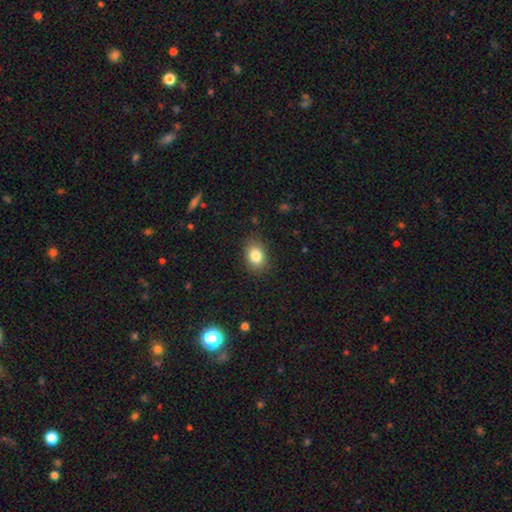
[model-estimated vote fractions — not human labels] Smooth or featured?
  - smooth: 83% *
  - star or artifact: 9%
  - featured or disk: 7%
How rounded?
  - in between: 73% *
  - round: 25%
  - cigar-shaped: 1%
Merging?
  - none: 86% *
  - minor disturbance: 10%
  - major disturbance: 3%
  - merger: 1%